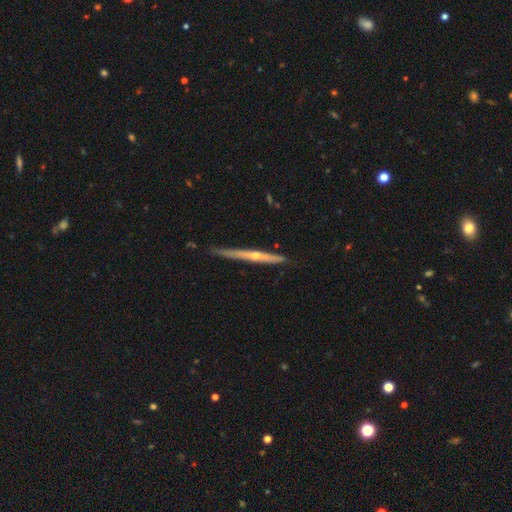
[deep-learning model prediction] A featured or disk galaxy (76%) viewed edge-on (98%) with a rounded central bulge (74%). Merging: none (85%).